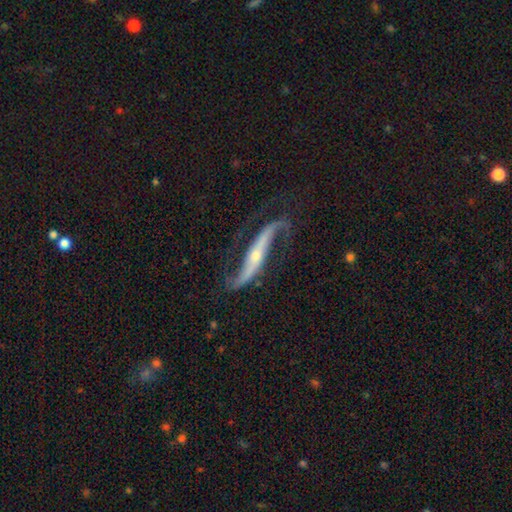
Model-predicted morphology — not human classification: smooth_or_featured: featured or disk (p=0.89) [alt: smooth p=0.06]
disk_edge_on: no (p=0.73) [alt: yes p=0.27]
bar: strong (p=0.51) [alt: no p=0.31]
has_spiral_arms: yes (p=0.96) [alt: no p=0.04]
spiral_winding: loose (p=0.81) [alt: medium p=0.14]
spiral_arm_count: 2 (p=0.92) [alt: 1 p=0.04]
bulge_size: small (p=0.64) [alt: moderate p=0.30]
merging: none (p=0.69) [alt: minor disturbance p=0.16]